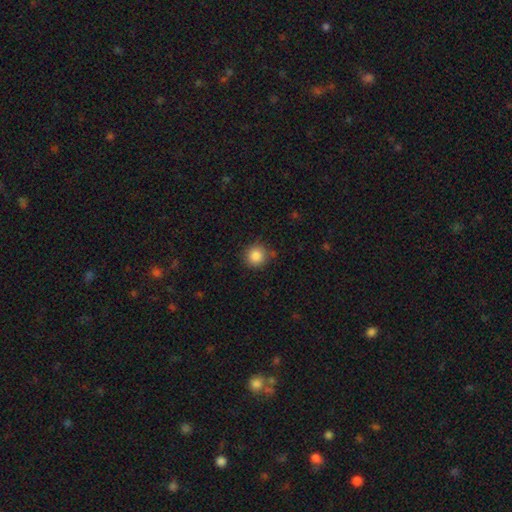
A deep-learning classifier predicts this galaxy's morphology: smooth 87%, star or artifact 9%, featured or disk 4%. Down the decision tree: how rounded — round (92%); merging — none (81%).